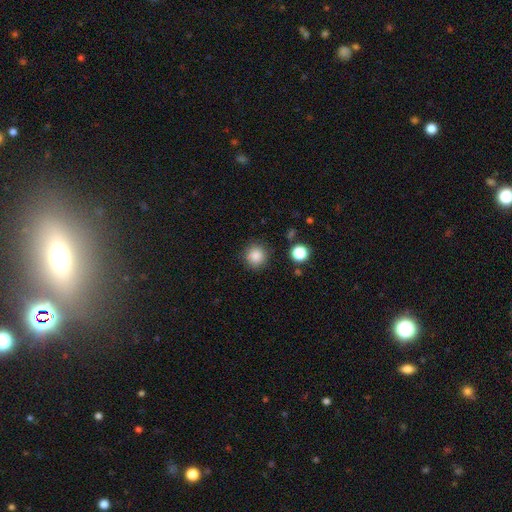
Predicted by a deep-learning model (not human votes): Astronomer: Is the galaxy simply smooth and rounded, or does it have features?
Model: smooth — 86%.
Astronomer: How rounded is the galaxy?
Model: round — 93%.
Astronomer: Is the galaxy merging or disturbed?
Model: none — 87%.